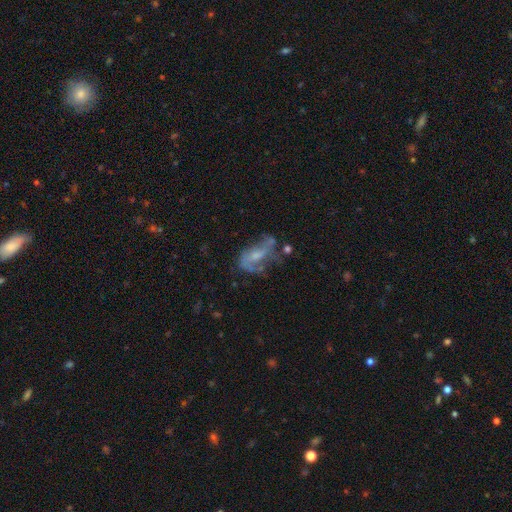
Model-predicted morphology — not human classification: Smooth or featured? Predicted: featured or disk (p=0.64). Edge-on disk? Predicted: no (p=0.95). Bar? Predicted: no (p=0.54). Spiral arms? Predicted: yes (p=0.68). Bulge size? Predicted: small (p=0.42). Merging? Predicted: none (p=0.37).